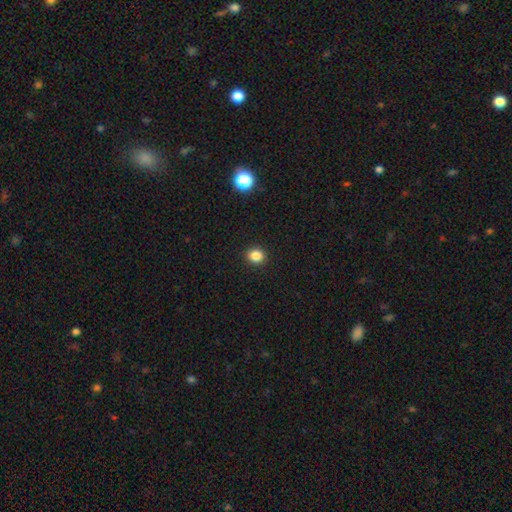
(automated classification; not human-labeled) Smooth or featured: smooth — 84% (star or artifact — 12%)
How rounded: round — 79% (in between — 20%)
Merging: none — 92% (minor disturbance — 5%)